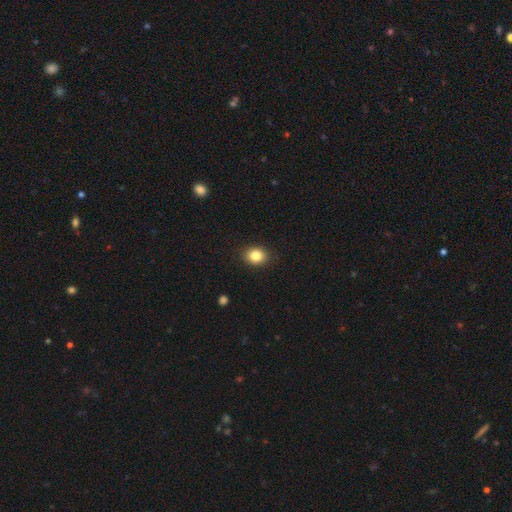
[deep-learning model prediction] Smooth or featured?
  - smooth: 84% *
  - star or artifact: 10%
  - featured or disk: 6%
How rounded?
  - round: 61% *
  - in between: 38%
  - cigar-shaped: 1%
Merging?
  - none: 91% *
  - minor disturbance: 6%
  - major disturbance: 2%
  - merger: 1%